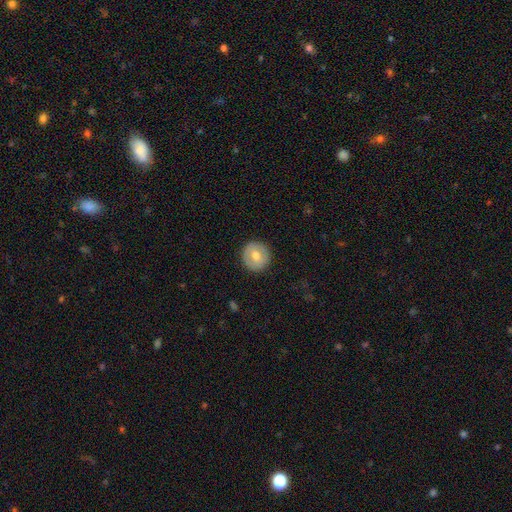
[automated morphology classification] Smooth or featured?
  - smooth: 61% *
  - featured or disk: 32%
  - star or artifact: 7%
How rounded?
  - round: 94% *
  - in between: 5%
  - cigar-shaped: 1%
Merging?
  - none: 91% *
  - minor disturbance: 6%
  - major disturbance: 2%
  - merger: 1%